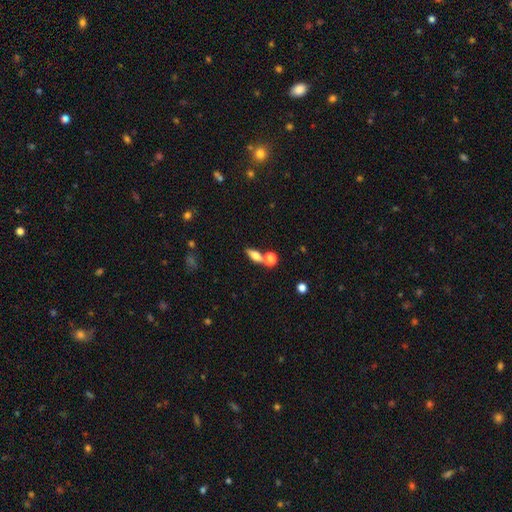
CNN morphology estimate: A smooth galaxy with no disk features (67%) that is in between round and cigar-shaped (59%). Merging: none (57%).